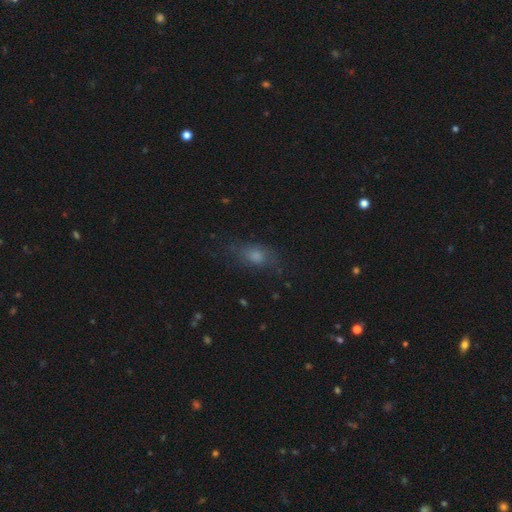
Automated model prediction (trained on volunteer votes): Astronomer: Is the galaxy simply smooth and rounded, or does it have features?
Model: smooth — 65%.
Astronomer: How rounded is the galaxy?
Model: in between — 73%.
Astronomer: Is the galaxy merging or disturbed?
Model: none — 66%.